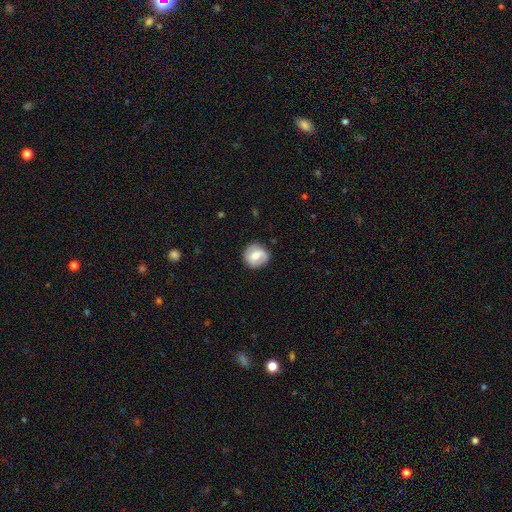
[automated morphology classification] This appears to be a smooth galaxy with no disk features (51%) that is round (88%). Merging: none (81%).